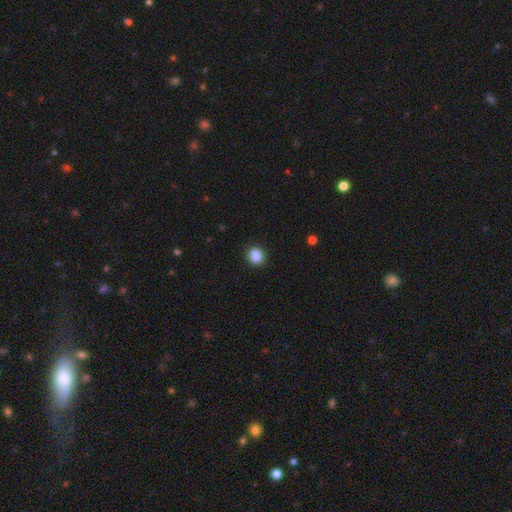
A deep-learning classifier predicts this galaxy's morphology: A smooth galaxy with no disk features (88%) that is round (72%).

Vote fractions:
- Smooth or featured? smooth: 88% / star or artifact: 9% / featured or disk: 3%
- How rounded? round: 72% / in between: 27% / cigar-shaped: 1%
- Merging? none: 87% / minor disturbance: 9% / major disturbance: 2% / merger: 1%